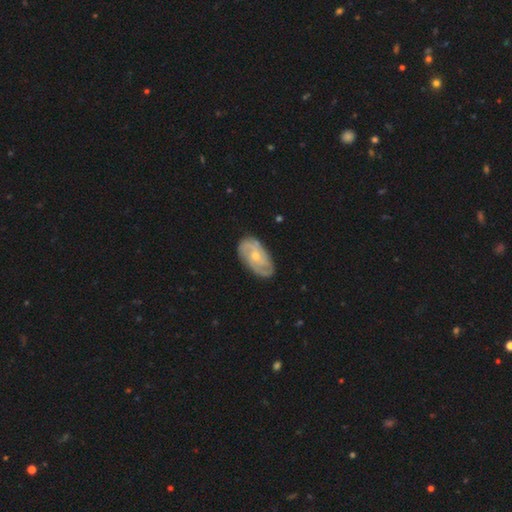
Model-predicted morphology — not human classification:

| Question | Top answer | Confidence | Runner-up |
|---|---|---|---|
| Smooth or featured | featured or disk | 77% | smooth (18%) |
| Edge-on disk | no | 96% | yes (4%) |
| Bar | no | 72% | weak (24%) |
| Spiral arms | yes | 92% | no (8%) |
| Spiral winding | tight | 55% | medium (35%) |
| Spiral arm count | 2 | 30% | can't tell (28%) |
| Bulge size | small | 51% | moderate (46%) |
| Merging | none | 77% | minor disturbance (18%) |